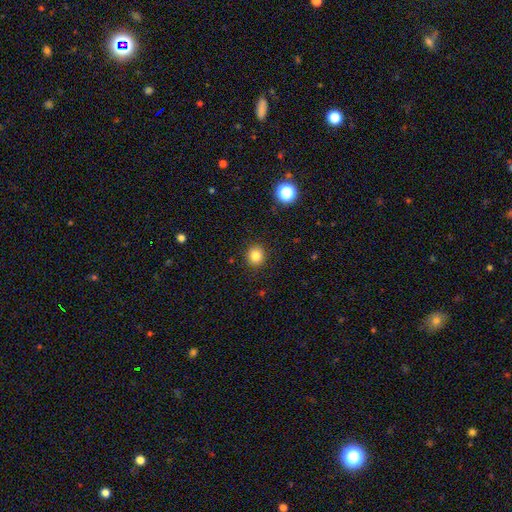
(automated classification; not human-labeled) This appears to be a smooth galaxy with no disk features (83%) that is round (89%). Merging: none (91%).